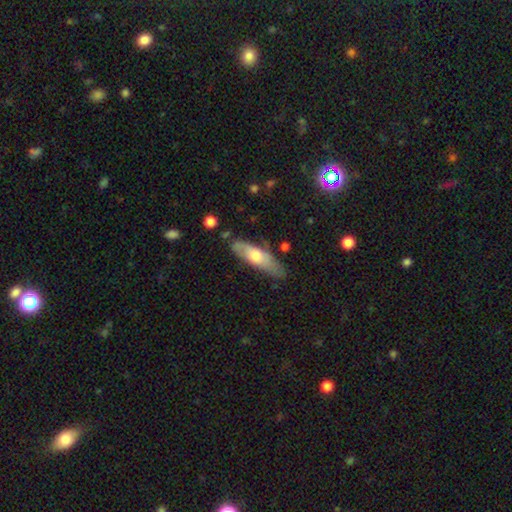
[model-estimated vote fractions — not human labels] A smooth galaxy with no disk features (51%) that is cigar-shaped (49%).

Vote fractions:
- Smooth or featured? smooth: 51% / featured or disk: 43% / star or artifact: 5%
- How rounded? cigar-shaped: 49% / in between: 48% / round: 2%
- Merging? none: 72% / minor disturbance: 21% / major disturbance: 5% / merger: 3%